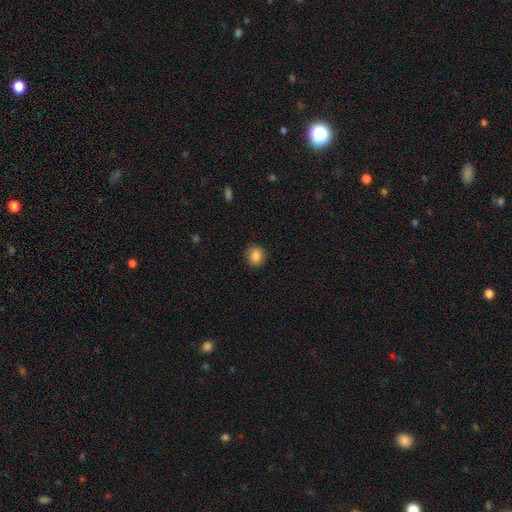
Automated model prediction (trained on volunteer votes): Smooth or featured? Predicted: smooth (p=0.86). How rounded? Predicted: round (p=0.77). Merging? Predicted: none (p=0.89).